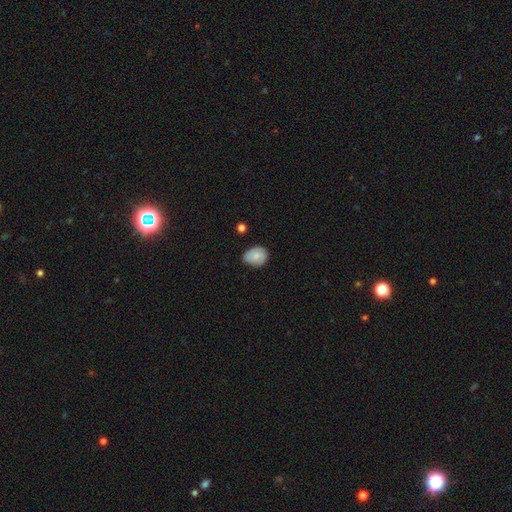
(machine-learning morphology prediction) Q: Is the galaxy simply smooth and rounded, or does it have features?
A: smooth — 73%.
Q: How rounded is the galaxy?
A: in between — 55%.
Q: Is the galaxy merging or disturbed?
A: none — 69%.